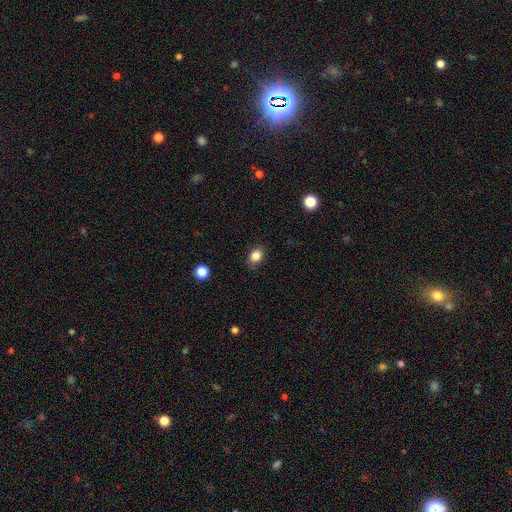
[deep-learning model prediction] A smooth galaxy with no disk features (84%) that is round (50%).

Vote fractions:
- Smooth or featured? smooth: 84% / star or artifact: 11% / featured or disk: 5%
- How rounded? round: 50% / in between: 49% / cigar-shaped: 1%
- Merging? none: 82% / minor disturbance: 14% / major disturbance: 3% / merger: 1%